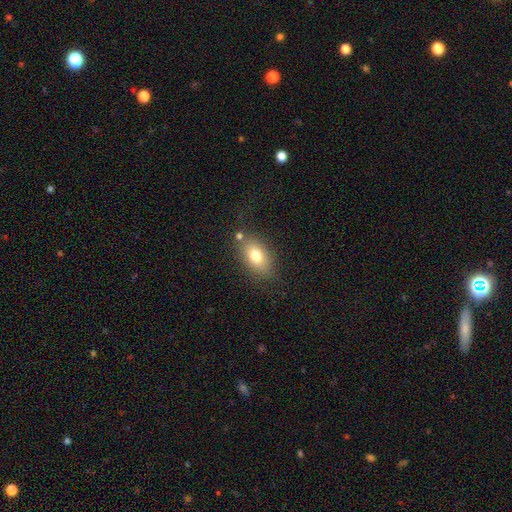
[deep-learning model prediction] Overall: smooth (77%). How rounded: in between (85%). Merging: none (75%).